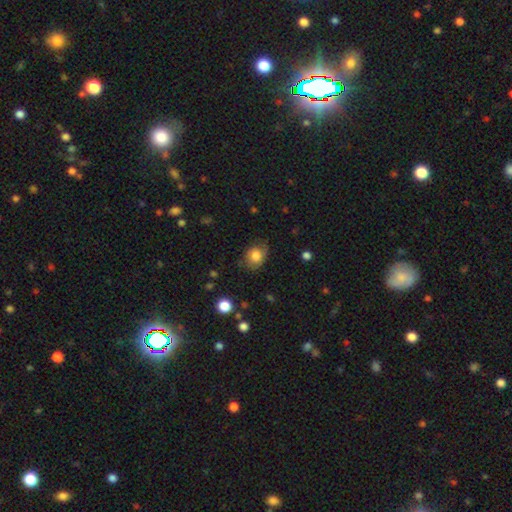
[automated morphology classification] smooth-or-featured: smooth: 77% | featured or disk: 14% | star or artifact: 9%
  how-rounded: round: 50% (tied) | in between: 50% (tied) | cigar-shaped: 1%
  merging: none: 68% | minor disturbance: 23% | major disturbance: 7% | merger: 1%